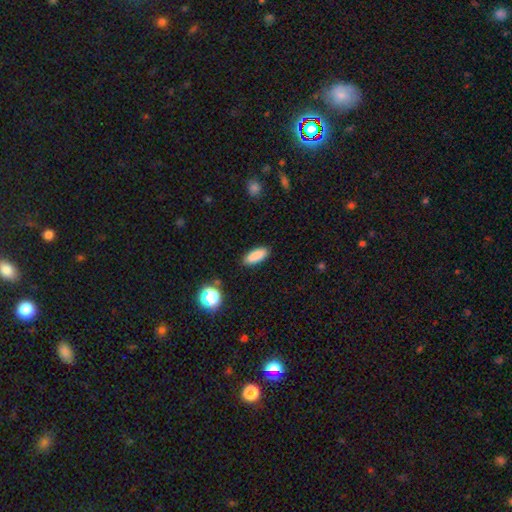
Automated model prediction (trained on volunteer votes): The model was most divided on "how rounded": in between: 74%, cigar-shaped: 23%, round: 3%. More confident: merging — none (88%); smooth or featured — smooth (87%).